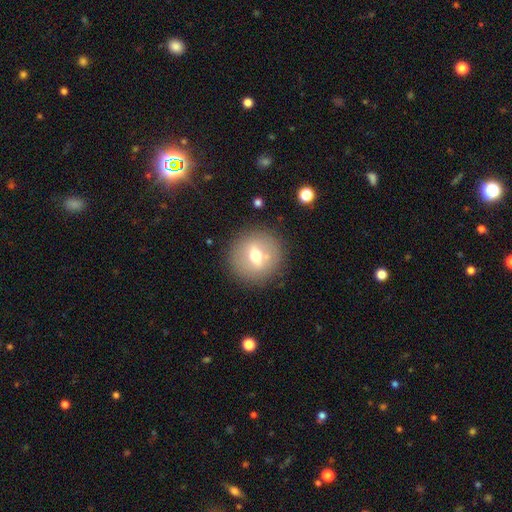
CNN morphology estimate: This appears to be a smooth galaxy with no disk features (49%). Merging: none (86%).